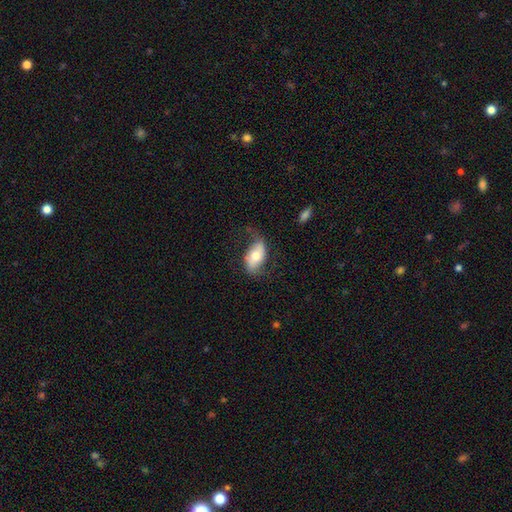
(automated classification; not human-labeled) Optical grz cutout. It shows a smooth galaxy with no disk features (58%) that is in between round and cigar-shaped (91%). Merging: none (60%).